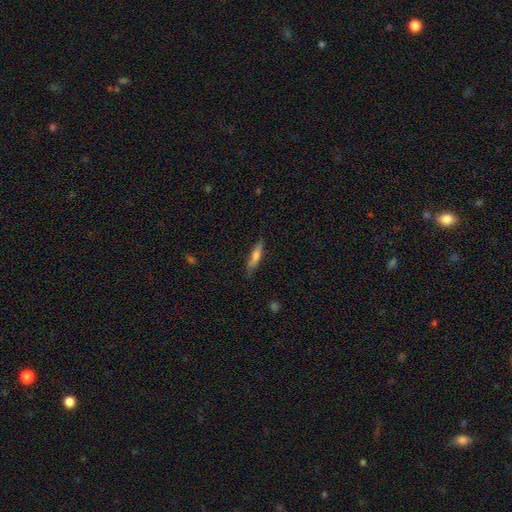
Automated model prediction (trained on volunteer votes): This appears to be a smooth galaxy with no disk features (66%) that is cigar-shaped (79%). Merging: none (80%).